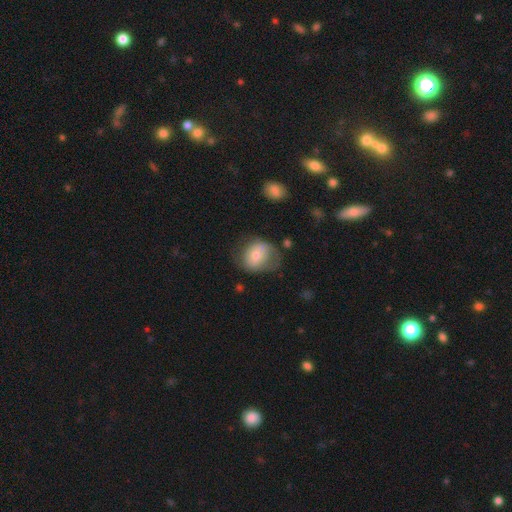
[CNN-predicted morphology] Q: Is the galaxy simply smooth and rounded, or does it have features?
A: smooth — 63%.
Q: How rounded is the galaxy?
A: round — 55%.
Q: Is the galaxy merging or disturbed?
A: none — 43%.